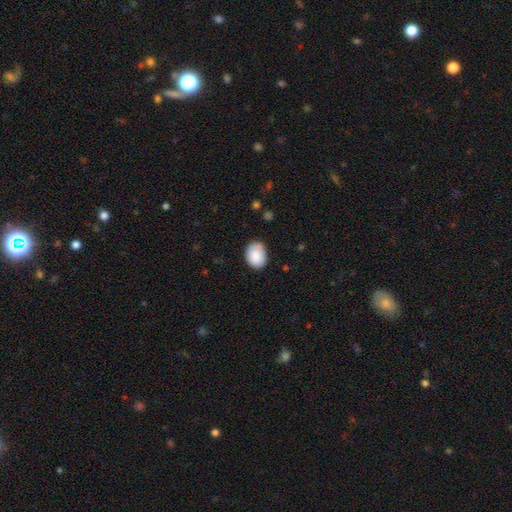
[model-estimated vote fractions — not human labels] smooth_or_featured: smooth (p=0.87) [alt: star or artifact p=0.07]
how_rounded: in between (p=0.66) [alt: round p=0.33]
merging: none (p=0.78) [alt: minor disturbance p=0.18]